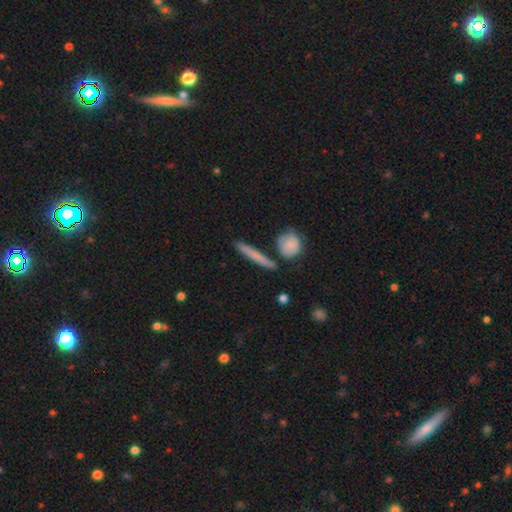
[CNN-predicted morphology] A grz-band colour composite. It shows a smooth galaxy with no disk features (59%) that is cigar-shaped (91%). Merging: none (82%).